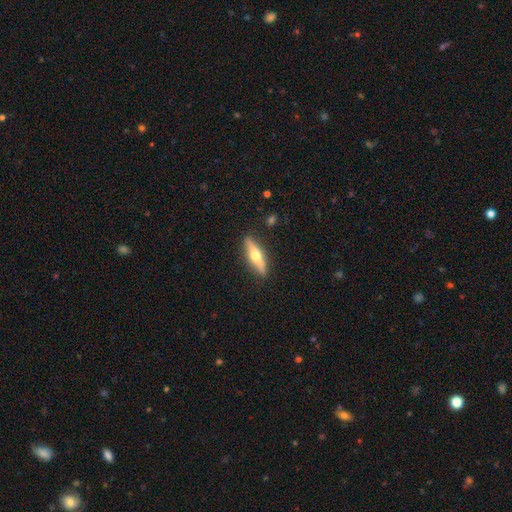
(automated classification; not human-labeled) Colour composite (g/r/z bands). It shows a featured or disk galaxy (57%) viewed edge-on (94%) with a rounded central bulge (93%). Merging: none (87%).